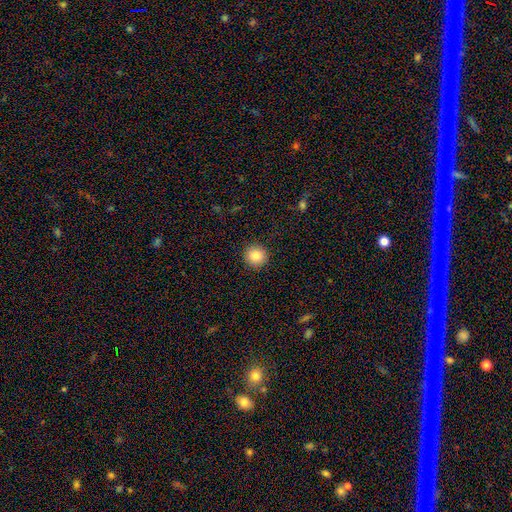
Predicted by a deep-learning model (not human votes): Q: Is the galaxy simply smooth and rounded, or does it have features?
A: smooth — 86%.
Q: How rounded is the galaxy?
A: round — 93%.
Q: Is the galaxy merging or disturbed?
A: none — 92%.